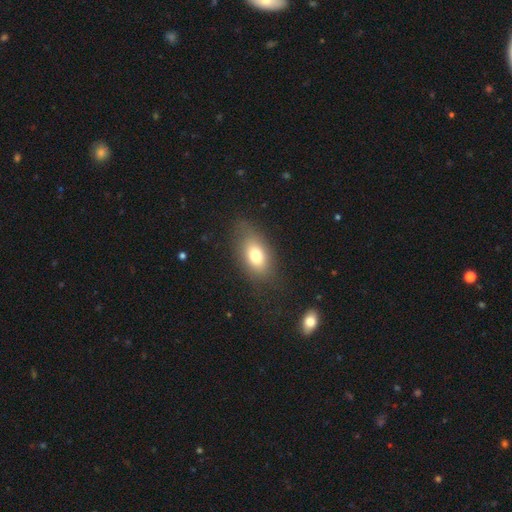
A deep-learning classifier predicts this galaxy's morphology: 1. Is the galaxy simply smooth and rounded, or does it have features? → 75% smooth, 16% featured or disk, 10% star or artifact.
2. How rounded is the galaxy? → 85% in between, 11% round, 4% cigar-shaped.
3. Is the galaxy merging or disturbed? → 73% none, 17% minor disturbance, 7% major disturbance, 2% merger.